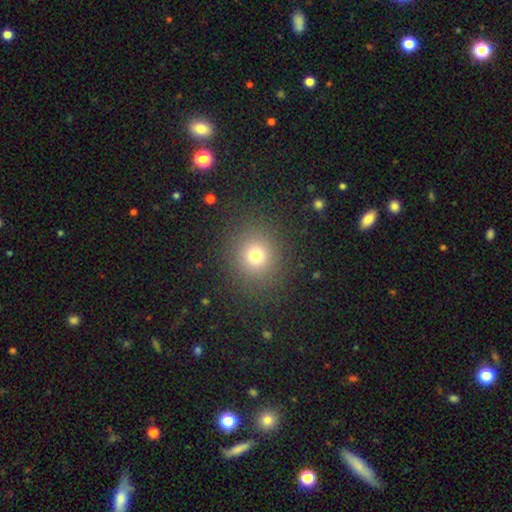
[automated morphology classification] smooth_or_featured: smooth (p=0.73) [alt: star or artifact p=0.19]
how_rounded: round (p=0.86) [alt: in between p=0.13]
merging: none (p=0.88) [alt: minor disturbance p=0.07]